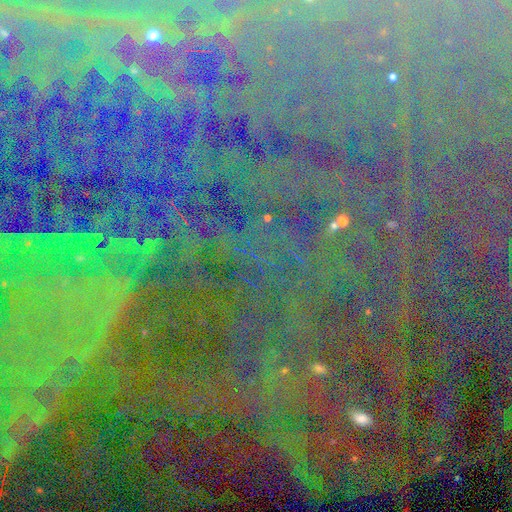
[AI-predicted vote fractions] Smooth or featured: star or artifact — 85% (smooth — 8%)